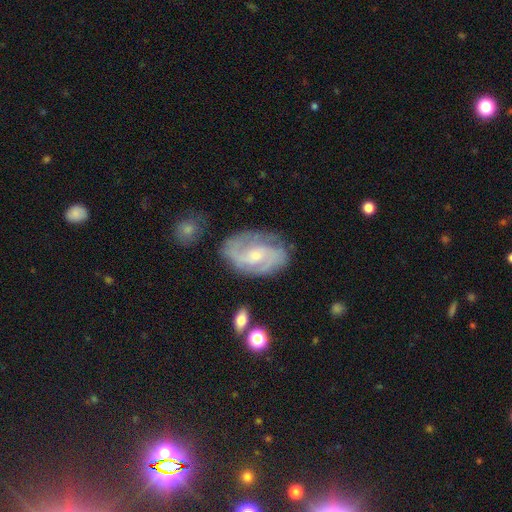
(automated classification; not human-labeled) This is clearly a featured or disk galaxy (81%). It is clearly not viewed edge-on (97%). Bar: possibly no (48%). Spiral arm pattern: clearly yes (94%). Spiral arm count: likely 2 (63%). Spiral winding: possibly medium (46%). Central bulge: likely small (63%). Merging: likely none (72%).